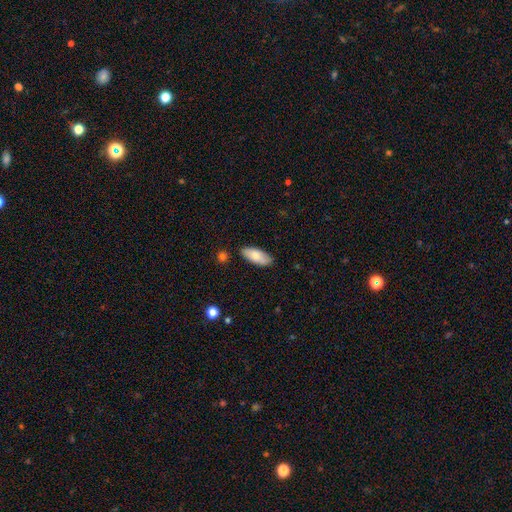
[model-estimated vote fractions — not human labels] A smooth galaxy with no disk features (82%) that is in between round and cigar-shaped (83%).

Vote fractions:
- Smooth or featured? smooth: 82% / featured or disk: 12% / star or artifact: 6%
- How rounded? in between: 83% / cigar-shaped: 15% / round: 2%
- Merging? none: 84% / minor disturbance: 12% / major disturbance: 2% / merger: 2%